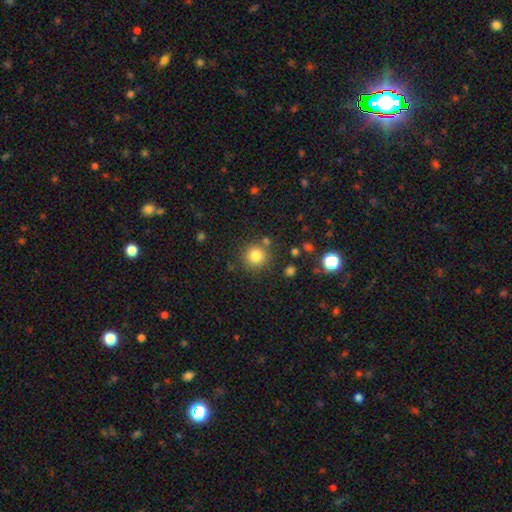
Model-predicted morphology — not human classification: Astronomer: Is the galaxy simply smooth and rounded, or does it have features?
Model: smooth — 82%.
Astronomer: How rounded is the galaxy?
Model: round — 93%.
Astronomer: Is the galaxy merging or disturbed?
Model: none — 80%.